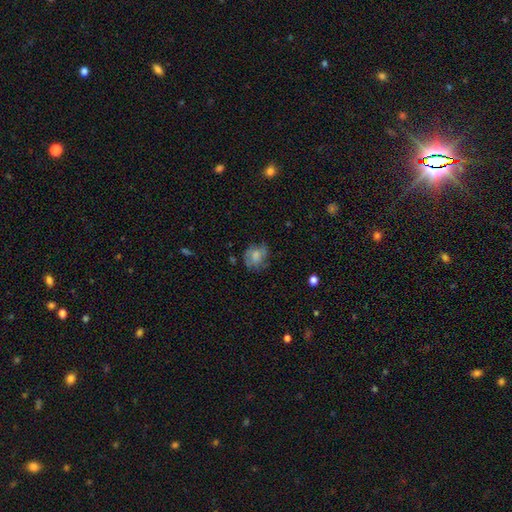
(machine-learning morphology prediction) This is likely a smooth galaxy (60%). How rounded: possibly round (57%). Merging: possibly none (57%).